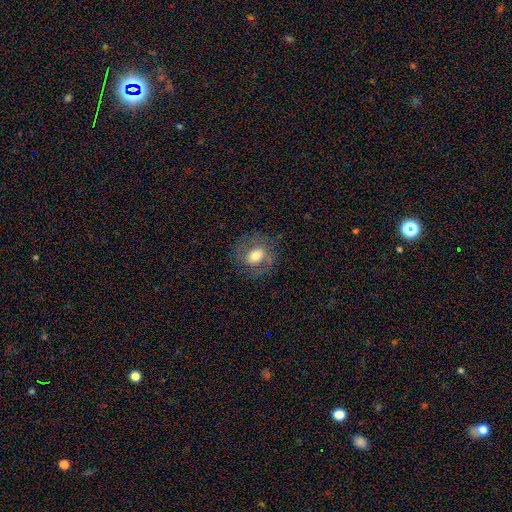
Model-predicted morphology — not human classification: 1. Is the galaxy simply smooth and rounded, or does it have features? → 56% featured or disk, 36% smooth, 8% star or artifact.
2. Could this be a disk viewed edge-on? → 96% no, 4% yes.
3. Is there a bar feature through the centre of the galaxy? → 45% no, 38% weak, 17% strong.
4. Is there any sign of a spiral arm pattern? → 73% yes, 27% no.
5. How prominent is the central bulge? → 57% moderate, 29% large, 10% small, 3% dominant, 1% none.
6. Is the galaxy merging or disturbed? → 76% none, 14% minor disturbance, 9% major disturbance, 1% merger.